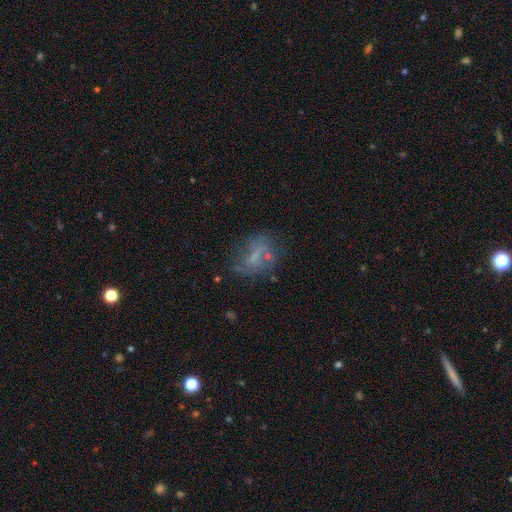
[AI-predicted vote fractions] Morphology: type=smooth (44%); merging=none (49%).